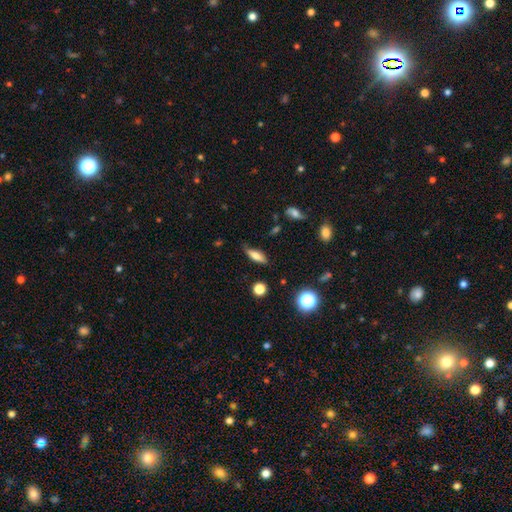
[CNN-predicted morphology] Smooth or featured: smooth — 67% (featured or disk — 24%)
How rounded: in between — 57% (cigar-shaped — 39%)
Merging: none — 77% (minor disturbance — 17%)